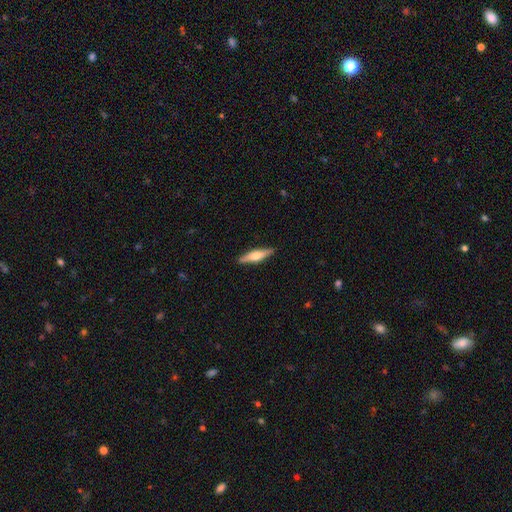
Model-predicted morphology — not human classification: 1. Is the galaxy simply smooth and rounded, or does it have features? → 54% featured or disk, 41% smooth, 5% star or artifact.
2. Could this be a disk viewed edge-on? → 95% yes, 5% no.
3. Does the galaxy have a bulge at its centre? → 86% rounded, 10% boxy, 4% none.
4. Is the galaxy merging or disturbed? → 89% none, 8% minor disturbance, 2% major disturbance, 1% merger.